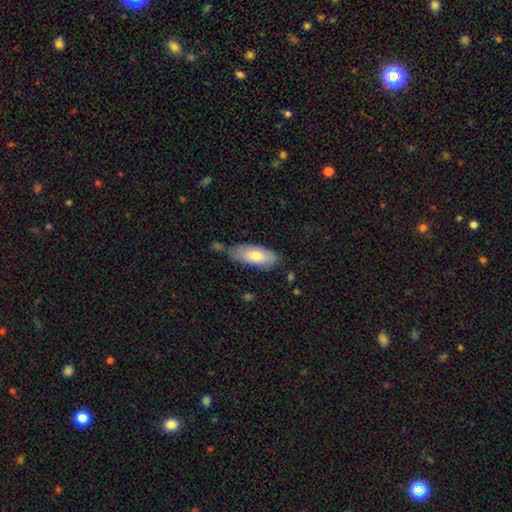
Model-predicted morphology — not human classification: A smooth galaxy with no disk features (72%) that is in between round and cigar-shaped (80%).

Vote fractions:
- Smooth or featured? smooth: 72% / featured or disk: 22% / star or artifact: 6%
- How rounded? in between: 80% / cigar-shaped: 18% / round: 2%
- Merging? none: 65% / minor disturbance: 23% / merger: 7% / major disturbance: 5%